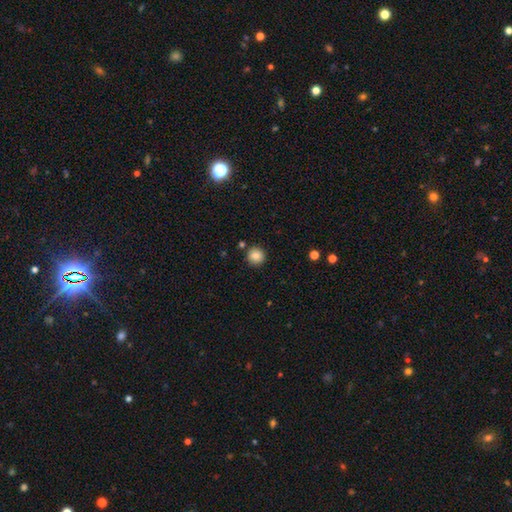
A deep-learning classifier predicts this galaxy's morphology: Q: Smooth or featured?
A: smooth (85%); runner-up: star or artifact (10%)
Q: How rounded?
A: round (94%); runner-up: in between (5%)
Q: Merging?
A: none (87%); runner-up: minor disturbance (7%)